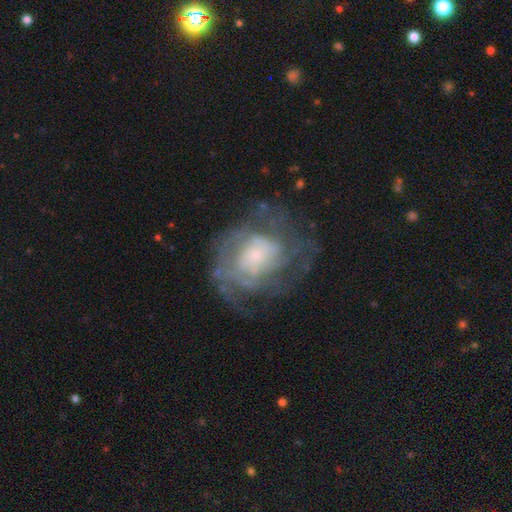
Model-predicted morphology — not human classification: Smooth or featured? featured or disk (73%)
Edge-on disk? no (97%)
Bar? no (75%)
Spiral arms? yes (72%)
Spiral winding? tight (50%)
Spiral arm count? can't tell (53%)
Bulge size? small (38%)
Merging? none (59%)